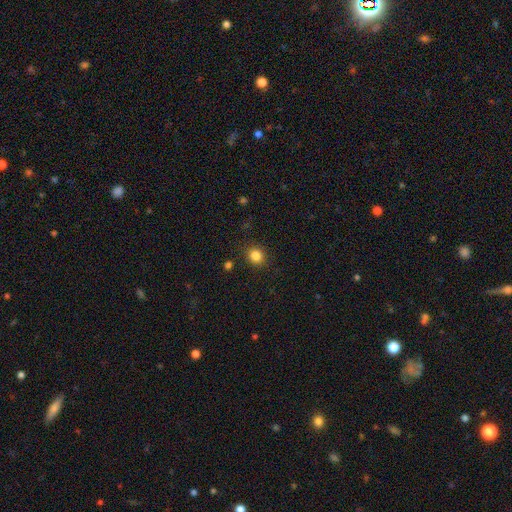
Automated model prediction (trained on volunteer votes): A smooth galaxy with no disk features (84%) that is round (83%). Merging: none (88%).